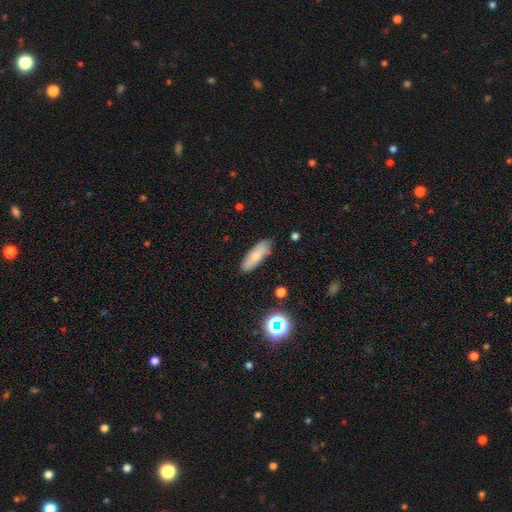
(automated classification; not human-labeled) Q: Smooth or featured?
A: smooth (72%); runner-up: featured or disk (20%)
Q: How rounded?
A: in between (61%); runner-up: cigar-shaped (37%)
Q: Merging?
A: none (79%); runner-up: minor disturbance (16%)